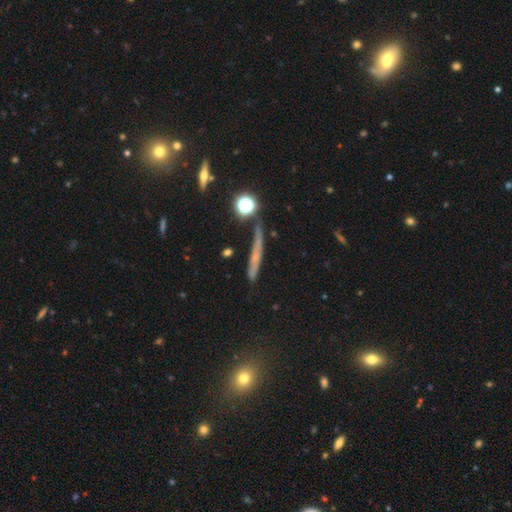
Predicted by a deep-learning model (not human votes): This is marginally a featured or disk galaxy (44%). Merging: likely none (69%).